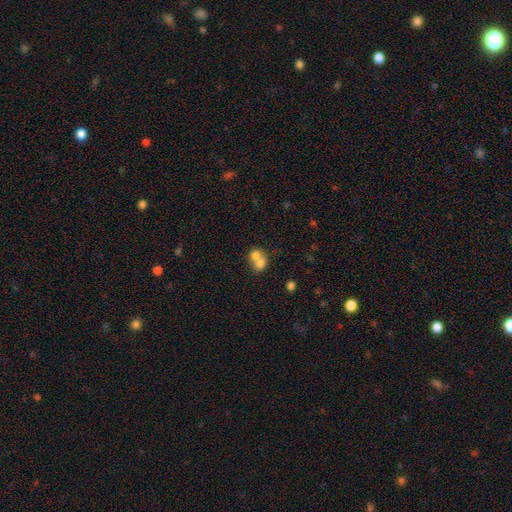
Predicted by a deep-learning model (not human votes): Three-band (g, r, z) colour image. It shows a smooth galaxy with no disk features (70%) that is round (64%). Merging: merger (70%).